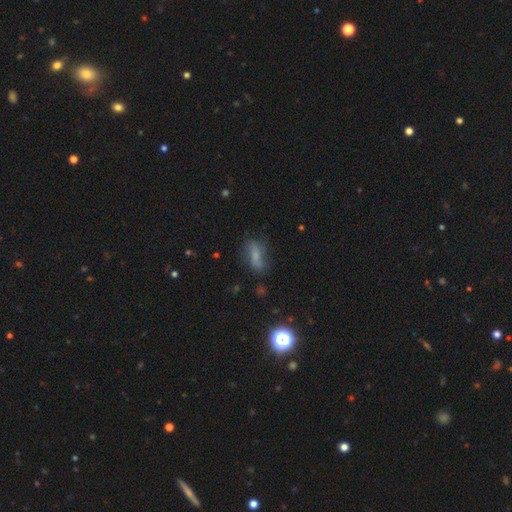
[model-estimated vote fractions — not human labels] This appears to be a smooth galaxy with no disk features (57%) that is in between round and cigar-shaped (67%). Merging: none (62%).